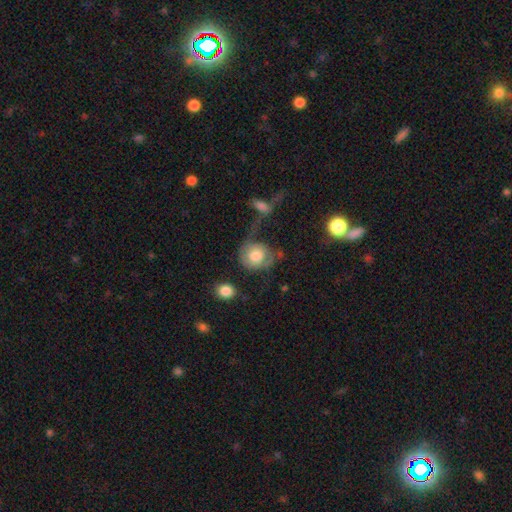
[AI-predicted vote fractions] smooth_or_featured: smooth (p=0.57) [alt: featured or disk p=0.35]
how_rounded: round (p=0.78) [alt: in between p=0.21]
merging: major disturbance (p=0.36) [alt: none p=0.31]